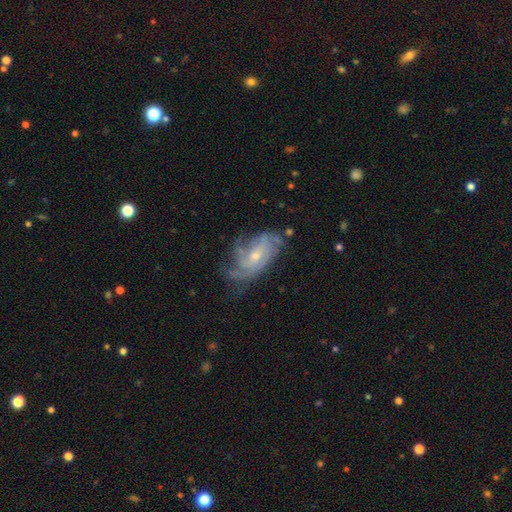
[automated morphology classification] This appears to be a featured or disk galaxy (80%) with no bar (65%), tight (44%) spiral arms (90%) and a small central bulge (61%). Merging: none (56%).